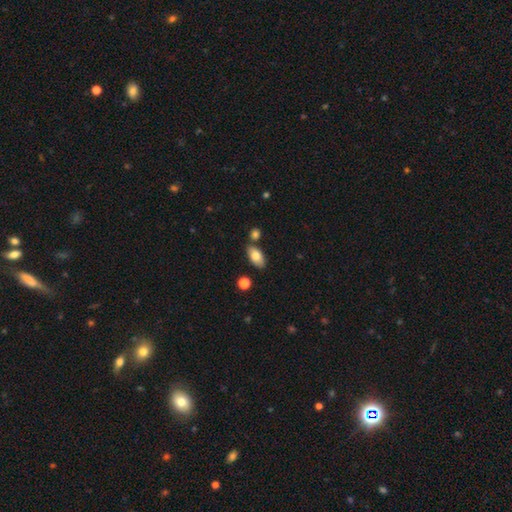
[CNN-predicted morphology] A smooth galaxy with no disk features (79%) that is in between round and cigar-shaped (92%). Merging: none (76%).